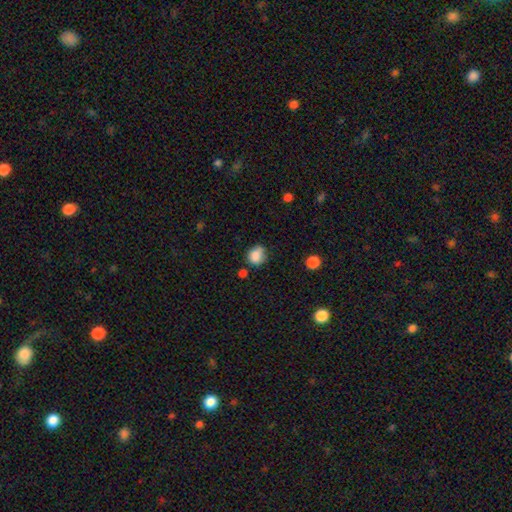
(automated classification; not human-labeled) A smooth galaxy with no disk features (83%) that is round (62%).

Vote fractions:
- Smooth or featured? smooth: 83% / star or artifact: 10% / featured or disk: 7%
- How rounded? round: 62% / in between: 37% / cigar-shaped: 1%
- Merging? none: 54% / minor disturbance: 31% / major disturbance: 8% / merger: 7%